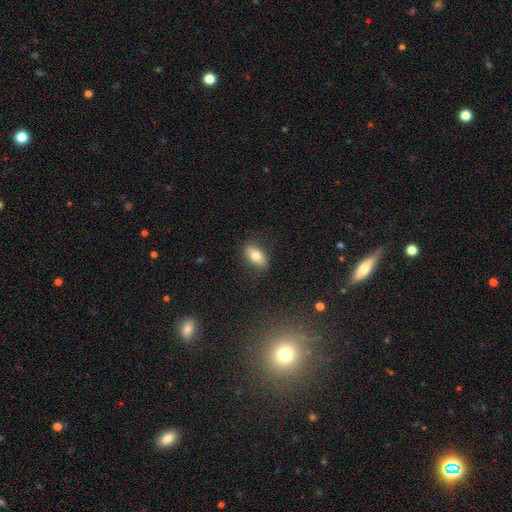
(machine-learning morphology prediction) smooth 75%, featured or disk 17%, star or artifact 8%. Down the decision tree: how rounded — in between (87%); merging — none (83%).